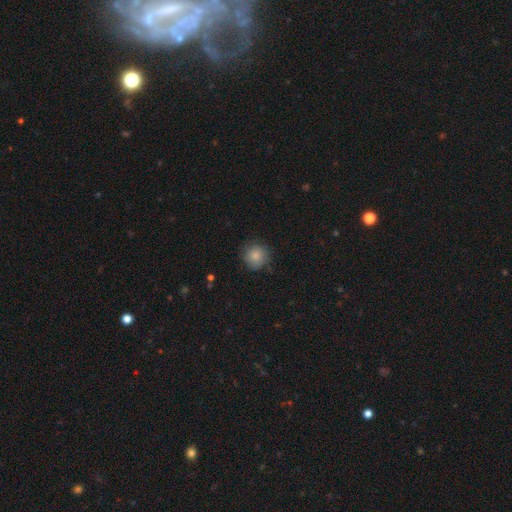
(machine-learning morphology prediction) This appears to be a smooth galaxy with no disk features (84%) that is round (93%). Merging: none (80%).